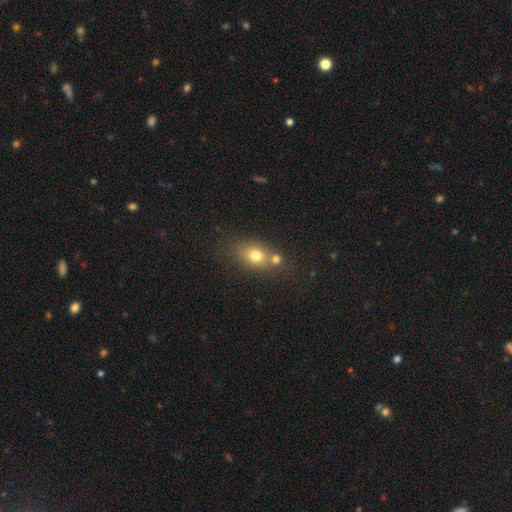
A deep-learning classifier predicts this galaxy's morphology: A smooth galaxy with no disk features (74%) that is in between round and cigar-shaped (62%). Merging: none (52%).